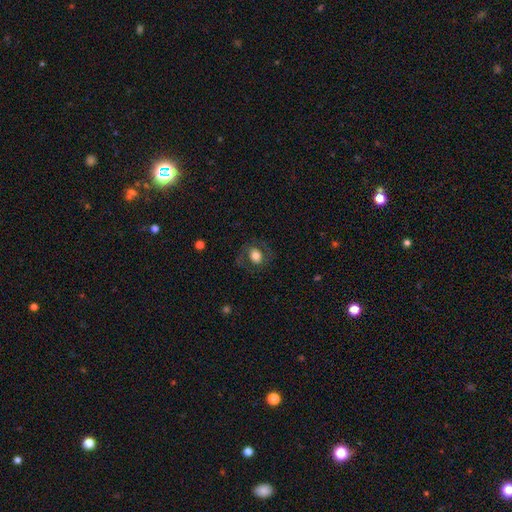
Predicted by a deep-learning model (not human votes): The model was most divided on "how rounded": round: 54%, in between: 44%, cigar-shaped: 1%. More confident: merging — none (74%); smooth or featured — smooth (57%).